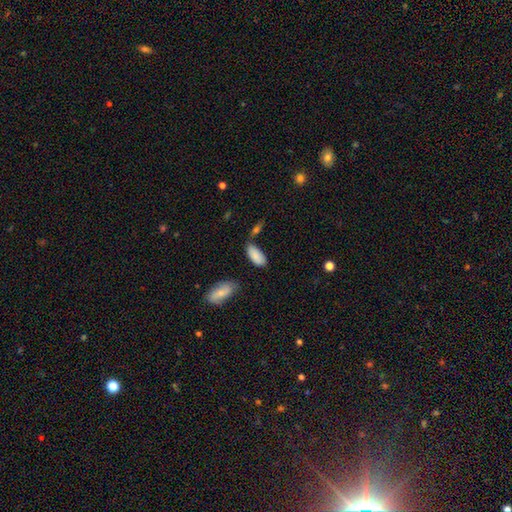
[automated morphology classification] type=smooth (86%); roundness=in between (89%); merging=none (61%).